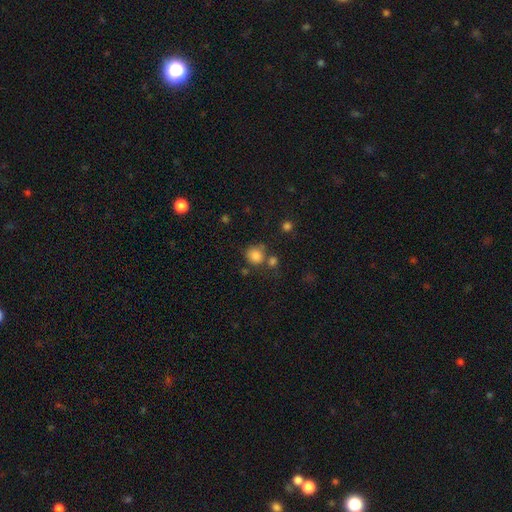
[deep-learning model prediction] smooth-or-featured: smooth: 82% | star or artifact: 12% | featured or disk: 6%
  how-rounded: round: 85% | in between: 14% | cigar-shaped: 1%
  merging: none: 64% | merger: 17% | minor disturbance: 14% | major disturbance: 5%